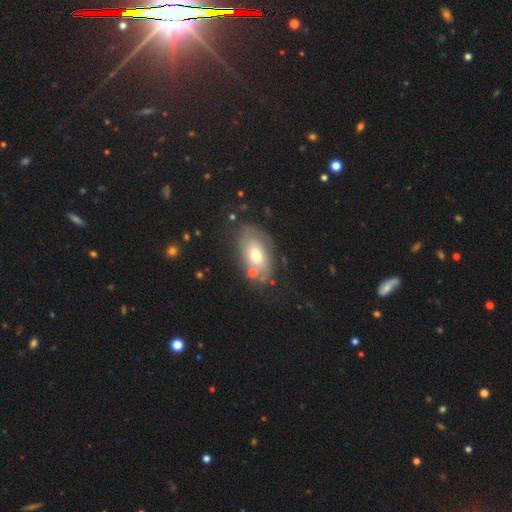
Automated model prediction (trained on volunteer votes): A smooth galaxy with no disk features (54%) that is in between round and cigar-shaped (89%).

Vote fractions:
- Smooth or featured? smooth: 54% / featured or disk: 37% / star or artifact: 9%
- How rounded? in between: 89% / round: 9% / cigar-shaped: 2%
- Merging? none: 68% / minor disturbance: 18% / major disturbance: 8% / merger: 6%